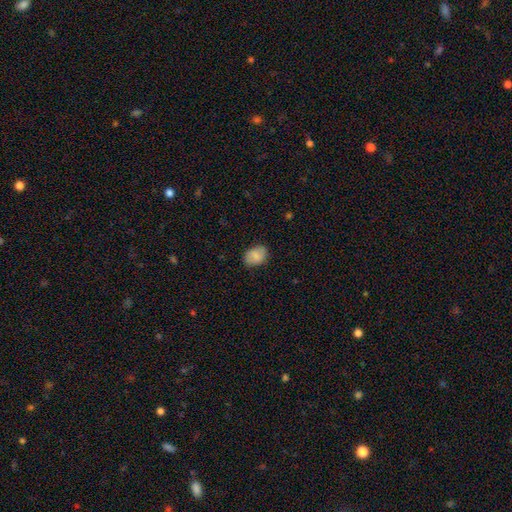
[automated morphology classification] A smooth galaxy with no disk features (79%) that is in between round and cigar-shaped (74%). Merging: none (82%).